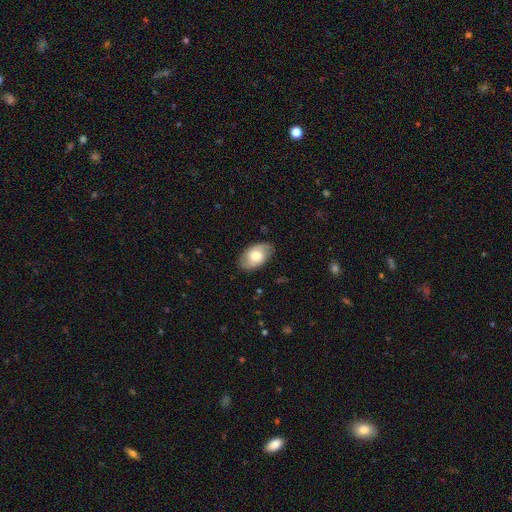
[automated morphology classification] smooth_or_featured: smooth (p=0.60) [alt: featured or disk p=0.34]
how_rounded: in between (p=0.93) [alt: round p=0.06]
merging: none (p=0.83) [alt: minor disturbance p=0.13]